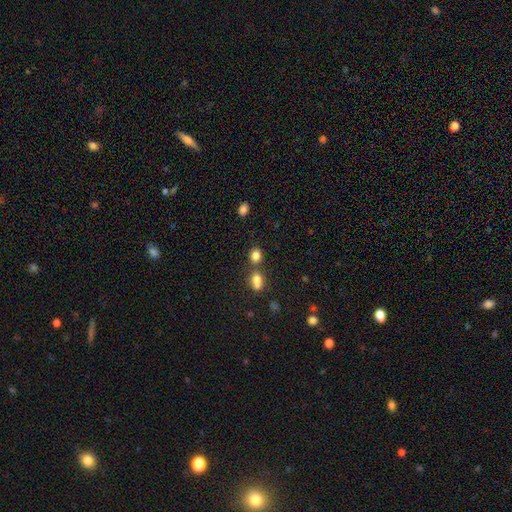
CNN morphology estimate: A smooth galaxy with no disk features (80%) that is in between round and cigar-shaped (50%).

Vote fractions:
- Smooth or featured? smooth: 80% / star or artifact: 13% / featured or disk: 7%
- How rounded? in between: 50% / round: 48% / cigar-shaped: 2%
- Merging? none: 53% / merger: 33% / minor disturbance: 10% / major disturbance: 4%